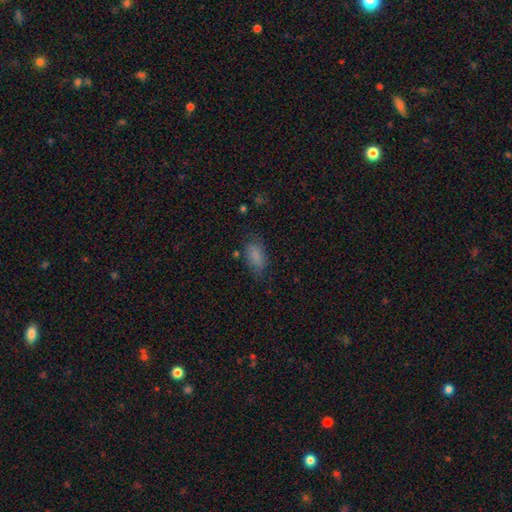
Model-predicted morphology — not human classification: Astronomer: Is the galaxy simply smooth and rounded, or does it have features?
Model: smooth — 82%.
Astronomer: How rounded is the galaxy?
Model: in between — 90%.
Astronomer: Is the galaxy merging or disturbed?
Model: none — 70%.